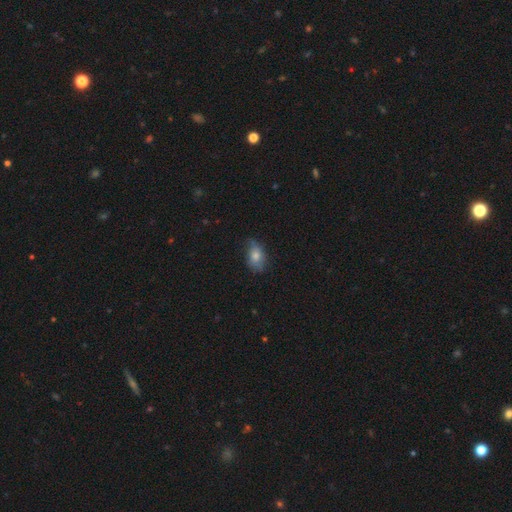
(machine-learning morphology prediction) A smooth galaxy with no disk features (73%) that is in between round and cigar-shaped (82%).

Vote fractions:
- Smooth or featured? smooth: 73% / featured or disk: 18% / star or artifact: 9%
- How rounded? in between: 82% / round: 16% / cigar-shaped: 3%
- Merging? none: 59% / minor disturbance: 31% / major disturbance: 9% / merger: 2%